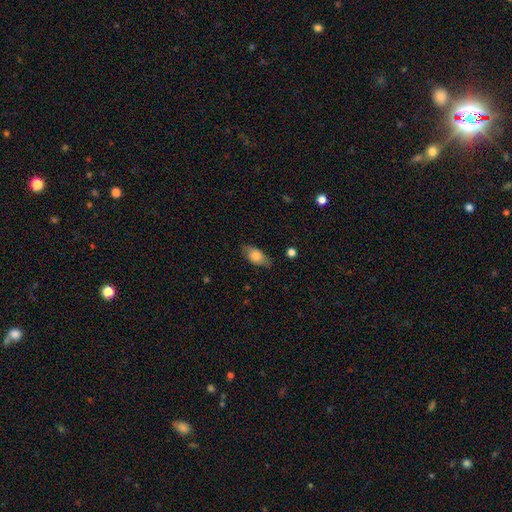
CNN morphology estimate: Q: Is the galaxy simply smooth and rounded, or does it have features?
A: smooth — 76%.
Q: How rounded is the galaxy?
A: in between — 87%.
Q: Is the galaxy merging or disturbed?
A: none — 77%.